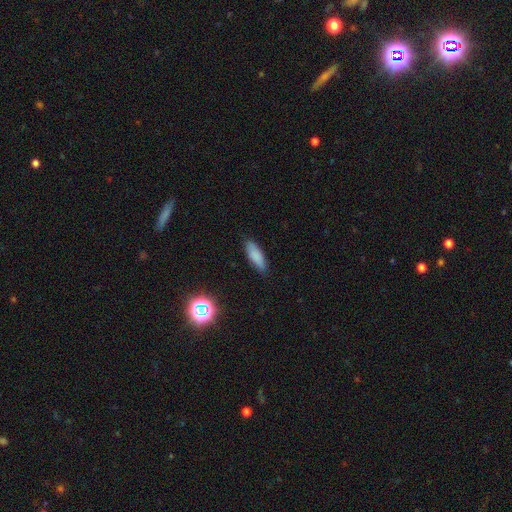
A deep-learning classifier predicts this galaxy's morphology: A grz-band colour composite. It shows a smooth galaxy with no disk features (83%) that is in between round and cigar-shaped (55%). Merging: none (85%).